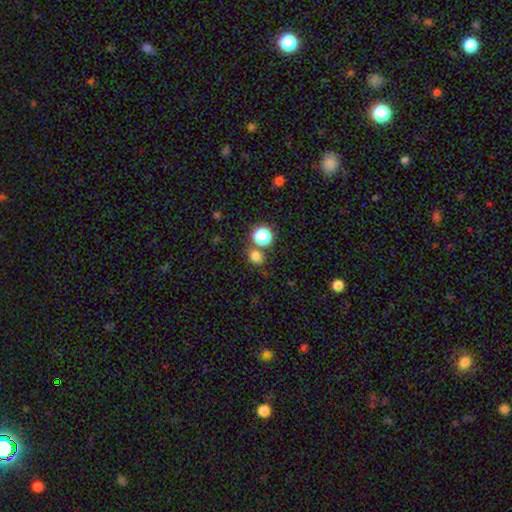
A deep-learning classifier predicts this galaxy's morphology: smooth 75%, star or artifact 20%, featured or disk 5%. Down the decision tree: how rounded — round (81%); merging — none (72%).